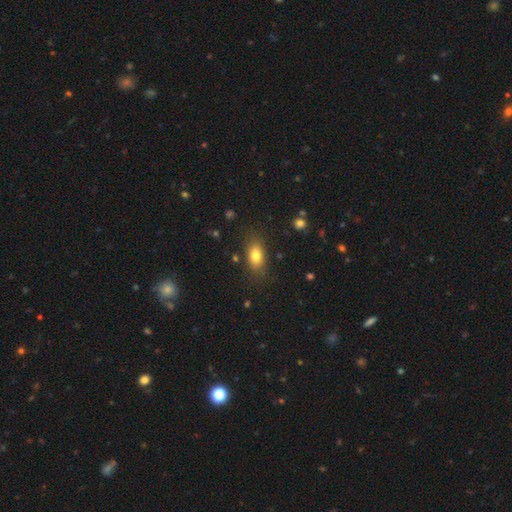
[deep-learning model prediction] Overall: smooth (79%). How rounded: in between (84%). Merging: none (82%).